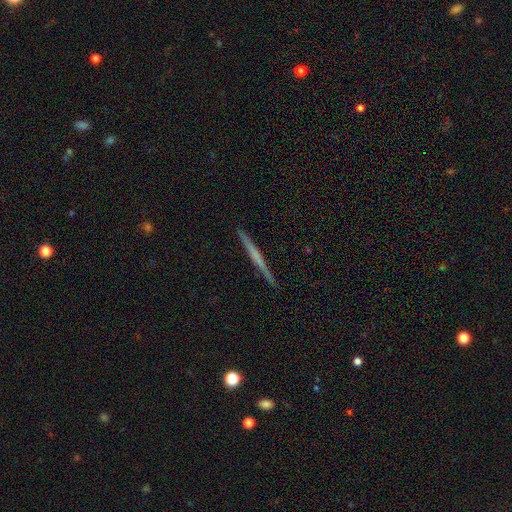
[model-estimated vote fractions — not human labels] This appears to be a featured or disk galaxy (58%) viewed edge-on (98%) with no central bulge (74%). Merging: none (92%).